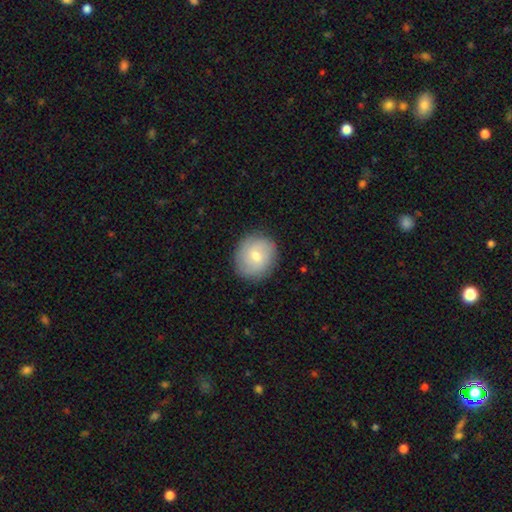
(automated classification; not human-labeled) Morphology: type=smooth (57%); roundness=round (76%); merging=none (86%).